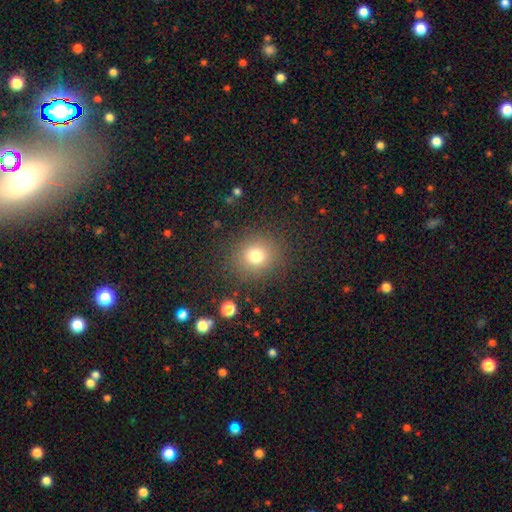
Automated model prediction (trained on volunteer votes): Smooth or featured? Predicted: smooth (p=0.76). How rounded? Predicted: round (p=0.83). Merging? Predicted: none (p=0.87).